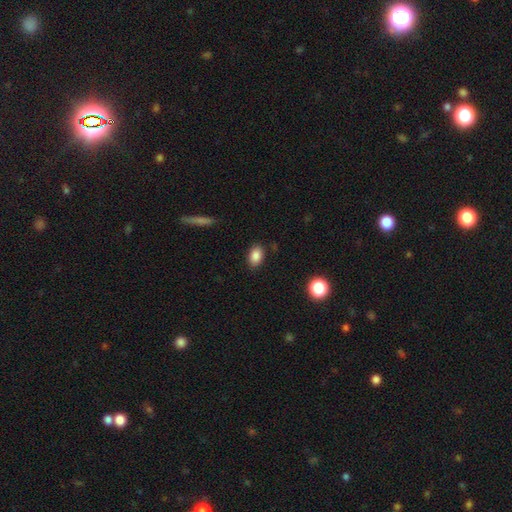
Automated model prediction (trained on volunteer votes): Overall: smooth (86%). How rounded: in between (84%). Merging: none (86%).